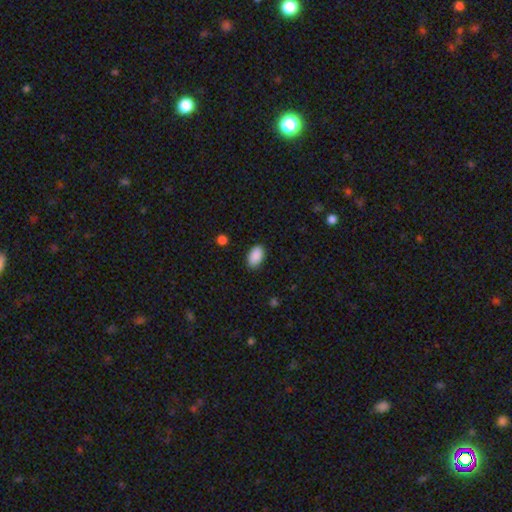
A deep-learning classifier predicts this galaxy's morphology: Smooth or featured? smooth (91%)
How rounded? in between (93%)
Merging? none (88%)